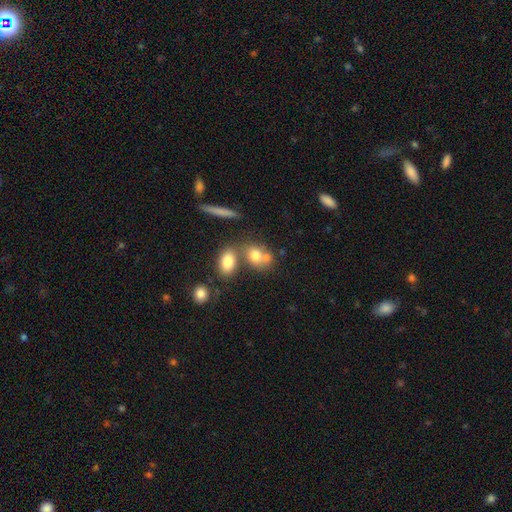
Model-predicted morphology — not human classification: type=smooth (73%); roundness=in between (57%); merging=merger (42%).